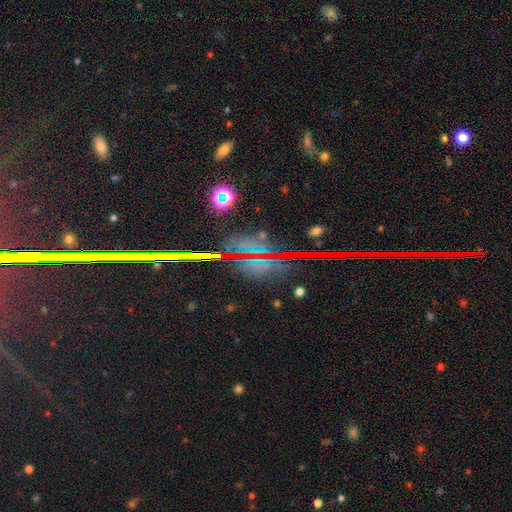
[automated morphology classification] star or artifact 70%, featured or disk 17%, smooth 14%.